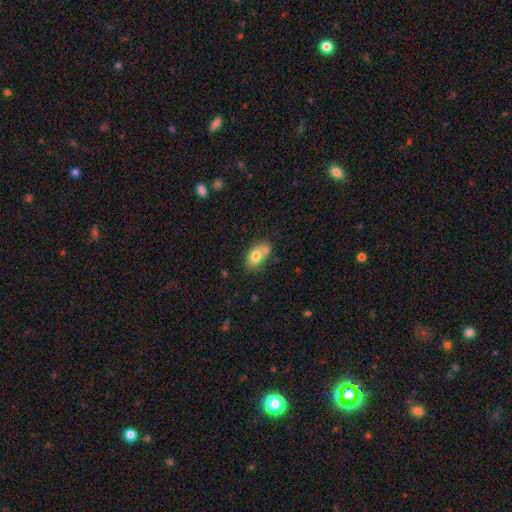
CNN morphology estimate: type=smooth (74%); roundness=in between (83%); merging=none (45%).